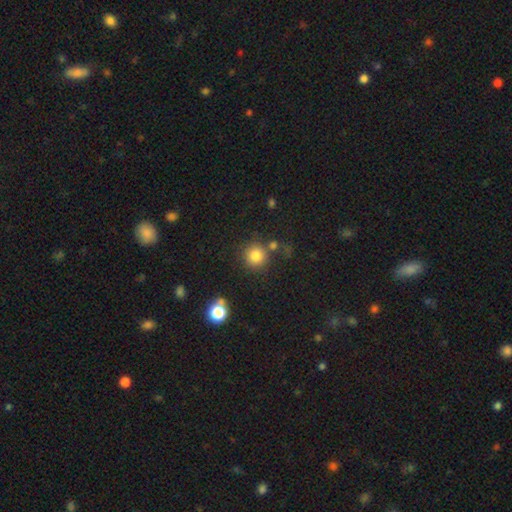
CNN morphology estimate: smooth 82%, star or artifact 12%, featured or disk 6%. Down the decision tree: how rounded — round (93%); merging — none (76%).